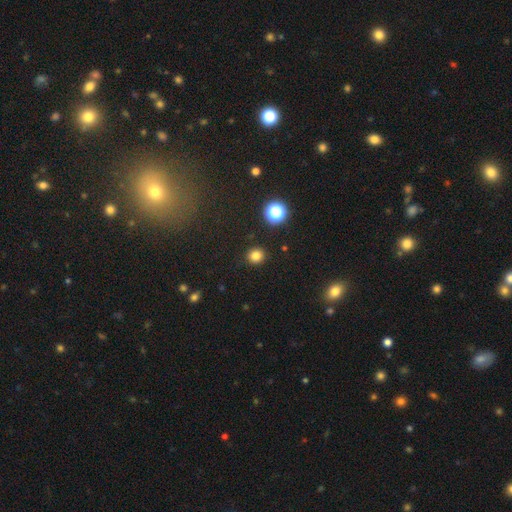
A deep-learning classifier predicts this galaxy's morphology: smooth_or_featured: smooth (p=0.81) [alt: star or artifact p=0.15]
how_rounded: round (p=0.88) [alt: in between p=0.11]
merging: none (p=0.90) [alt: minor disturbance p=0.06]